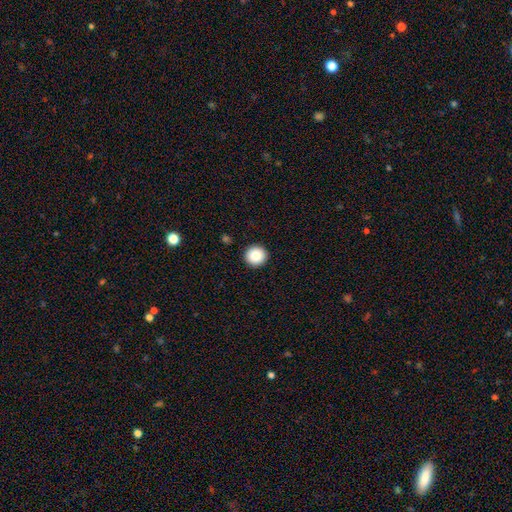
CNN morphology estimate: Q: Smooth or featured?
A: smooth (87%); runner-up: star or artifact (8%)
Q: How rounded?
A: round (95%); runner-up: in between (5%)
Q: Merging?
A: none (93%); runner-up: minor disturbance (4%)